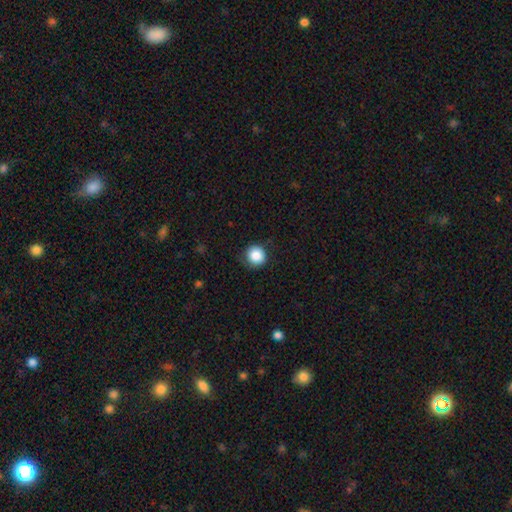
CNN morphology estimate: The model was most divided on "merging": none: 79%, minor disturbance: 15%, major disturbance: 4%, merger: 1%. More confident: how rounded — round (93%); smooth or featured — smooth (87%).